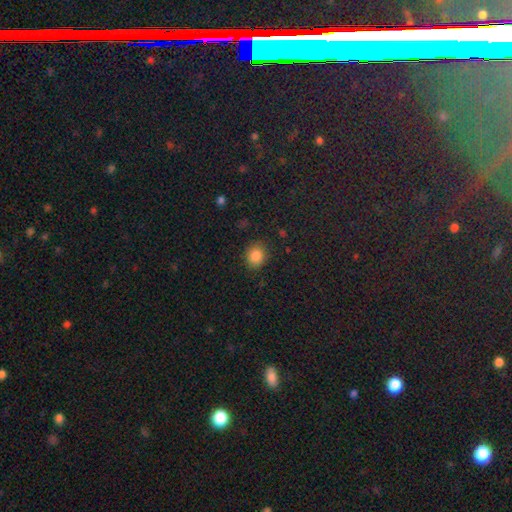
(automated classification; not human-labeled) smooth-or-featured: smooth: 85% | star or artifact: 11% | featured or disk: 5%
  how-rounded: round: 69% | in between: 30% | cigar-shaped: 1%
  merging: none: 86% | minor disturbance: 10% | major disturbance: 3% | merger: 1%